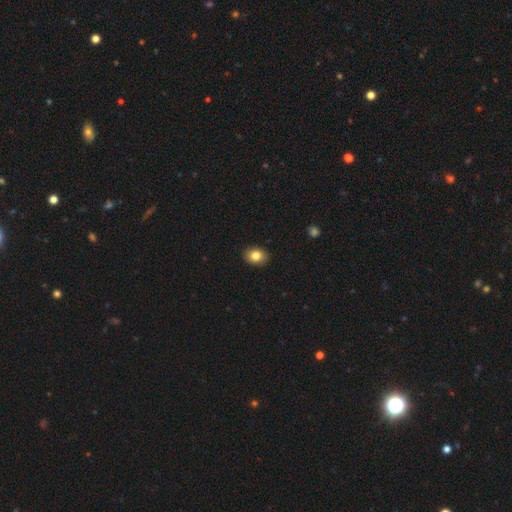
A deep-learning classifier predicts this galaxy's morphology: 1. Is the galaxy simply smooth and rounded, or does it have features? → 83% smooth, 9% star or artifact, 8% featured or disk.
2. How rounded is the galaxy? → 68% in between, 31% round, 1% cigar-shaped.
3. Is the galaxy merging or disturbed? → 90% none, 7% minor disturbance, 2% major disturbance, 1% merger.